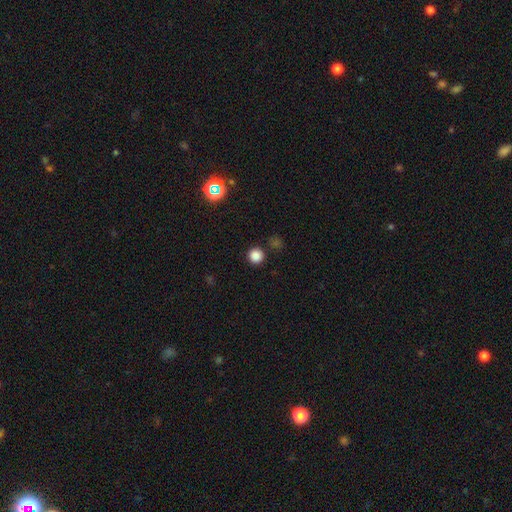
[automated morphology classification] smooth-or-featured: smooth: 83% | star or artifact: 13% | featured or disk: 3%
  how-rounded: round: 95% | in between: 4% | cigar-shaped: 1%
  merging: none: 89% | minor disturbance: 5% | merger: 3% | major disturbance: 2%